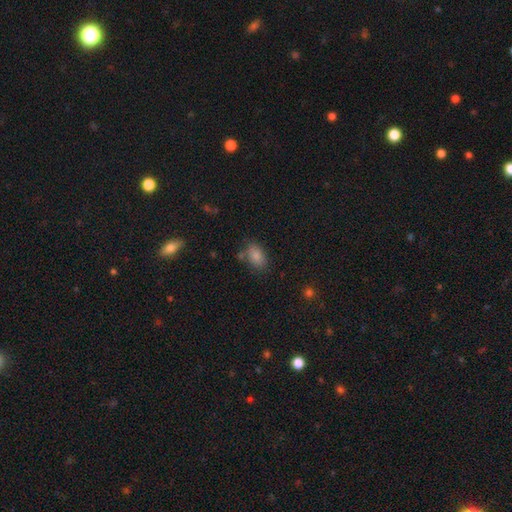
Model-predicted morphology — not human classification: smooth_or_featured: smooth (p=0.85) [alt: star or artifact p=0.09]
how_rounded: in between (p=0.86) [alt: round p=0.12]
merging: none (p=0.69) [alt: minor disturbance p=0.17]